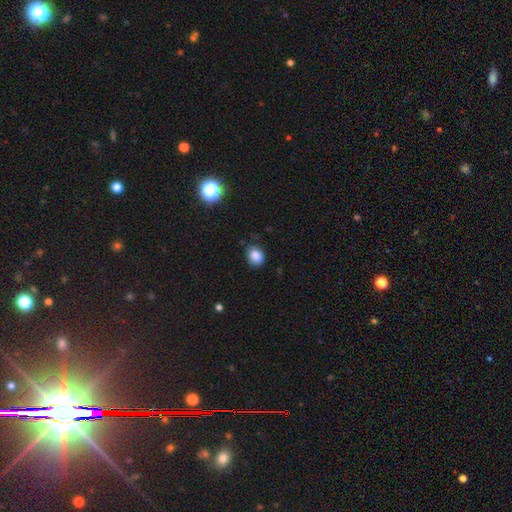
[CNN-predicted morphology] The model was most divided on "how rounded": in between: 50%, round: 49%, cigar-shaped: 1%. More confident: smooth or featured — smooth (85%); merging — none (77%).